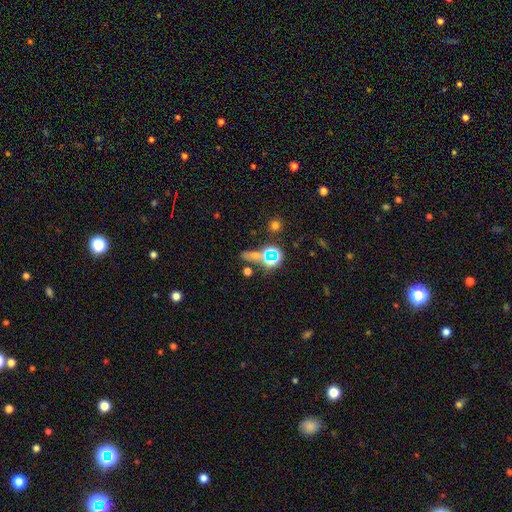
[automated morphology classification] Smooth or featured: star or artifact — 47% (smooth — 32%)